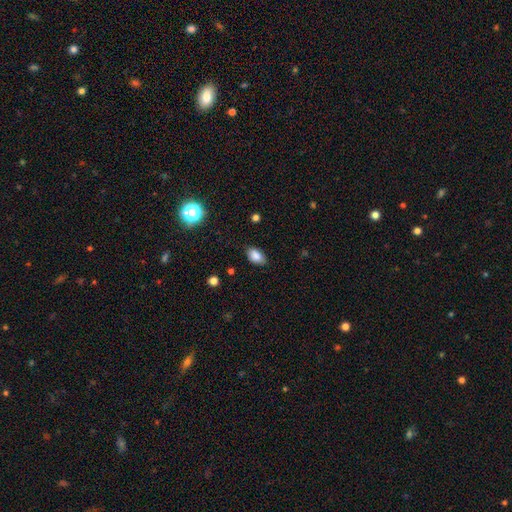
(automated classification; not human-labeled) smooth 85%, star or artifact 9%, featured or disk 6%. Down the decision tree: how rounded — in between (91%); merging — none (83%).